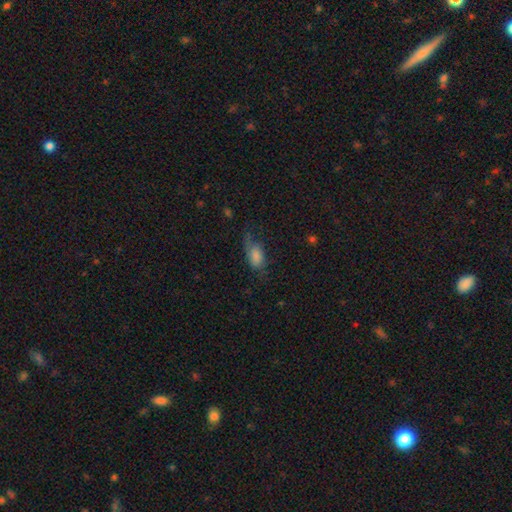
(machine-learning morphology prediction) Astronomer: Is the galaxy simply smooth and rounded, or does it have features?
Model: smooth — 68%.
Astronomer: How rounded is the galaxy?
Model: in between — 85%.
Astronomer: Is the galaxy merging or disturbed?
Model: none — 43% (runner-up: minor disturbance, 30%).